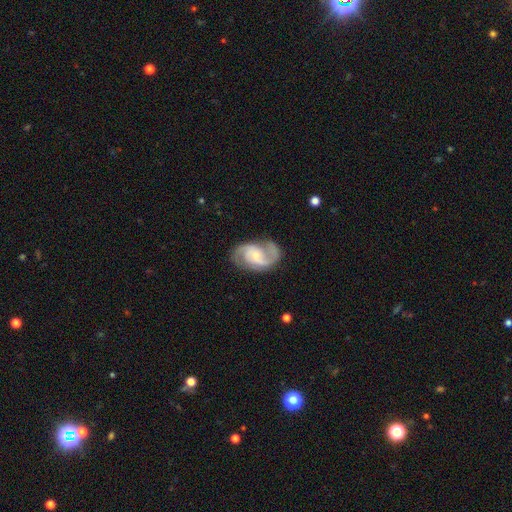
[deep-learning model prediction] This is clearly a featured or disk galaxy (86%). It is clearly not viewed edge-on (97%). Bar: possibly no (52%). Spiral arm pattern: clearly yes (97%). Spiral arm count: clearly 2 (86%). Spiral winding: possibly medium (56%). Central bulge: possibly small (59%). Merging: likely none (75%).